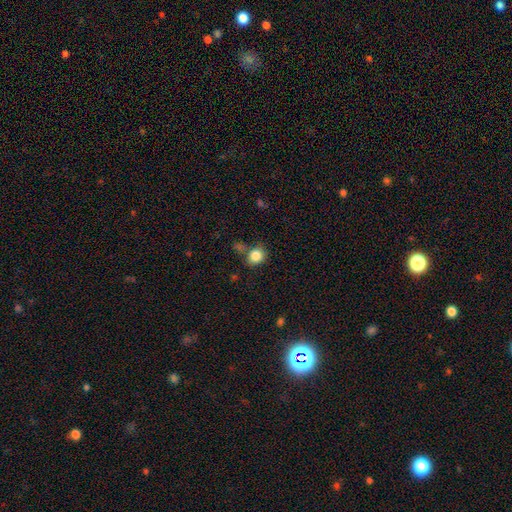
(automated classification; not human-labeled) This appears to be a smooth galaxy with no disk features (85%) that is round (75%). Merging: none (70%).